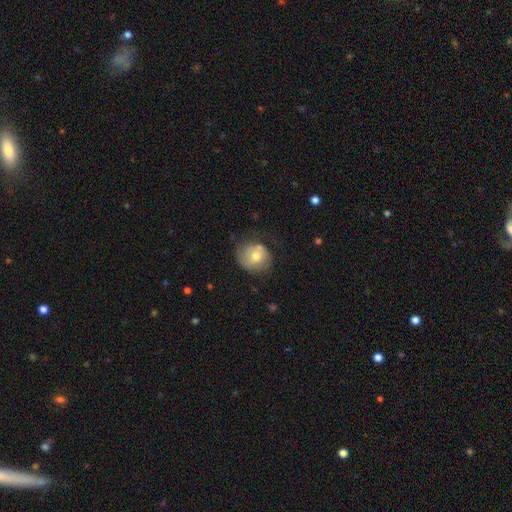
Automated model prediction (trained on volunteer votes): Q: Smooth or featured?
A: smooth (58%); runner-up: featured or disk (34%)
Q: How rounded?
A: round (79%); runner-up: in between (20%)
Q: Merging?
A: none (58%); runner-up: minor disturbance (26%)